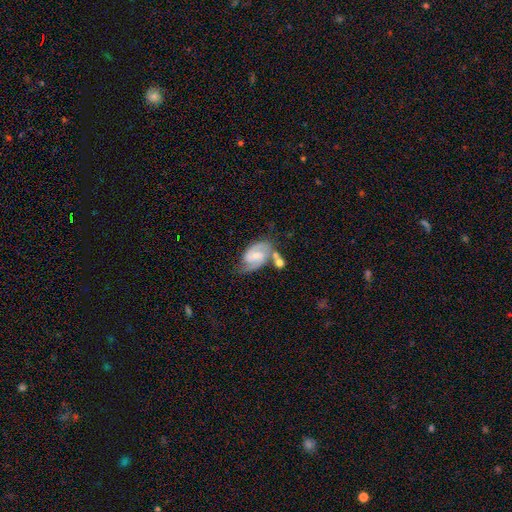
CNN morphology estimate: Smooth or featured? featured or disk (82%)
Edge-on disk? no (97%)
Bar? weak (49%)
Spiral arms? yes (96%)
Spiral winding? medium (52%)
Spiral arm count? 2 (85%)
Bulge size? small (51%)
Merging? none (49%)